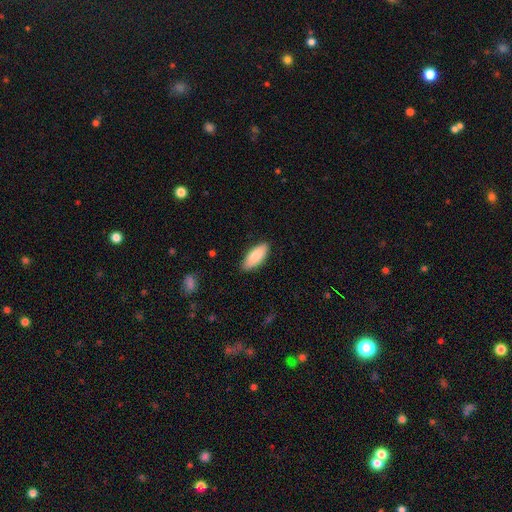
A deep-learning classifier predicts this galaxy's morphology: This appears to be a smooth galaxy with no disk features (84%) that is in between round and cigar-shaped (82%). Merging: none (87%).